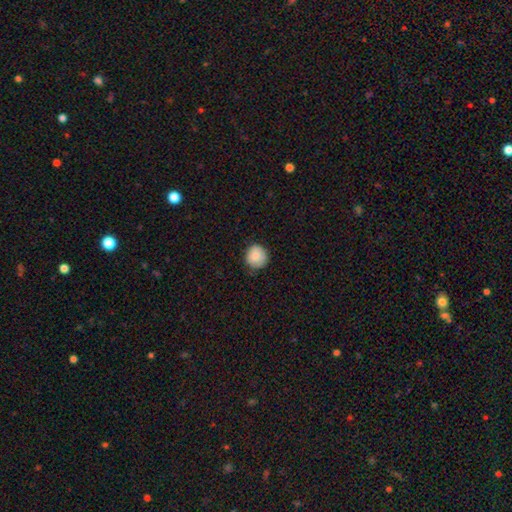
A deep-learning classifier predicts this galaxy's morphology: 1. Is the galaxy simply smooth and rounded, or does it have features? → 84% smooth, 8% star or artifact, 7% featured or disk.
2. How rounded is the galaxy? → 91% round, 8% in between, 1% cigar-shaped.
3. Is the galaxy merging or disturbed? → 79% none, 17% minor disturbance, 3% major disturbance, 1% merger.